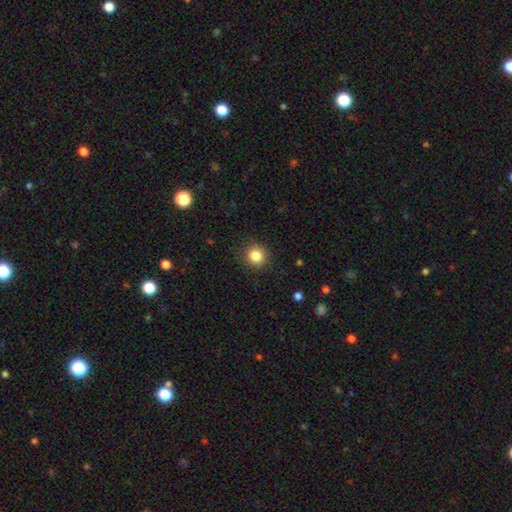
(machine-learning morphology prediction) Smooth or featured? smooth (84%)
How rounded? round (91%)
Merging? none (90%)